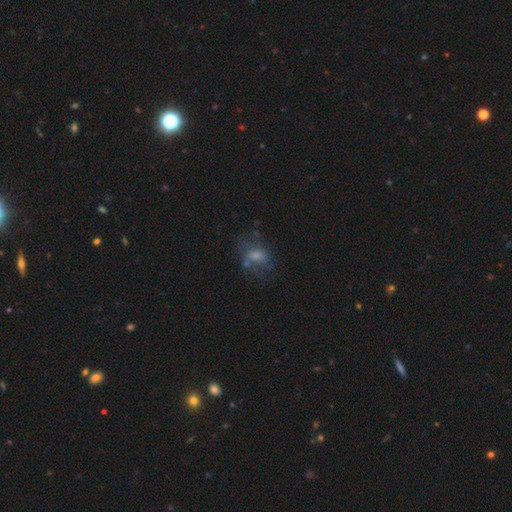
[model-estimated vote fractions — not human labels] This is possibly a smooth galaxy (52%). How rounded: likely in between (63%). Merging: marginally none (43%).